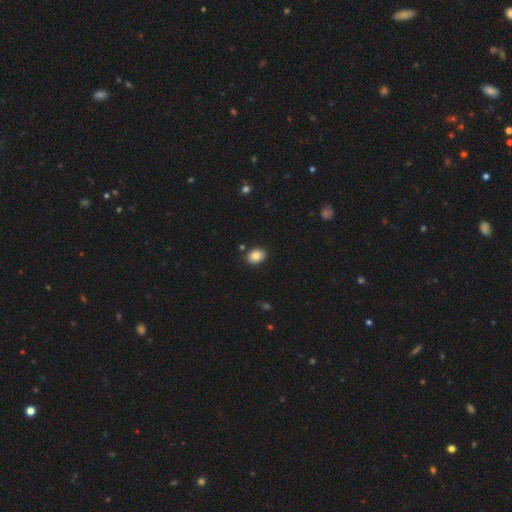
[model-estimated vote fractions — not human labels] A smooth galaxy with no disk features (86%) that is in between round and cigar-shaped (70%).

Vote fractions:
- Smooth or featured? smooth: 86% / star or artifact: 8% / featured or disk: 6%
- How rounded? in between: 70% / round: 29% / cigar-shaped: 1%
- Merging? none: 86% / minor disturbance: 9% / merger: 3% / major disturbance: 2%